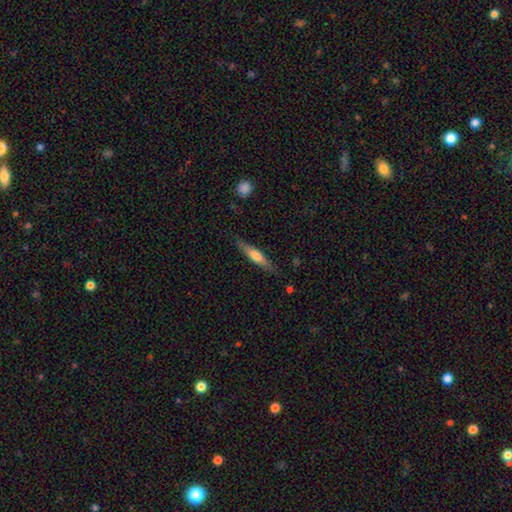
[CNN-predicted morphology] Q: Smooth or featured?
A: smooth (52%); runner-up: featured or disk (42%)
Q: How rounded?
A: cigar-shaped (84%); runner-up: in between (15%)
Q: Merging?
A: none (82%); runner-up: minor disturbance (13%)